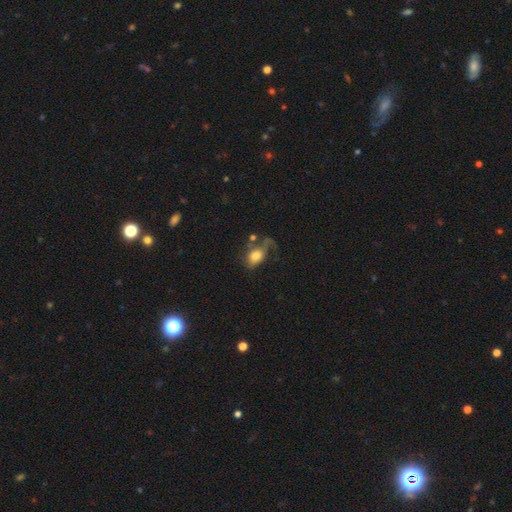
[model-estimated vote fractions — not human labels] Q: Smooth or featured?
A: smooth (67%); runner-up: featured or disk (24%)
Q: How rounded?
A: in between (75%); runner-up: round (23%)
Q: Merging?
A: major disturbance (37%); runner-up: none (29%)